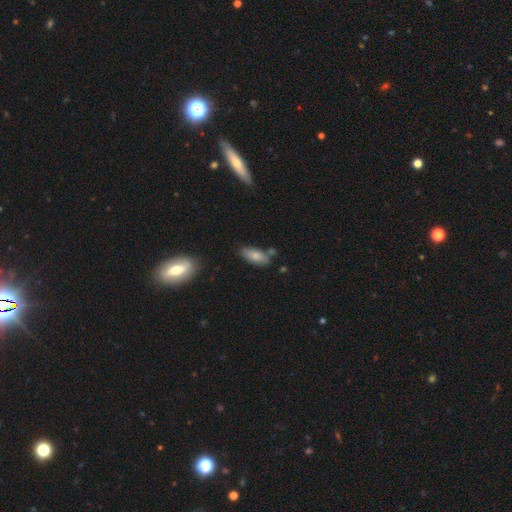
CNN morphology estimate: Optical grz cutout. It shows a smooth galaxy with no disk features (78%) that is in between round and cigar-shaped (83%). Merging: none (69%).